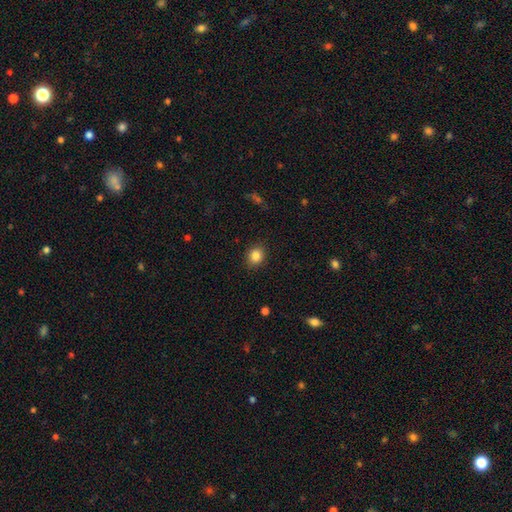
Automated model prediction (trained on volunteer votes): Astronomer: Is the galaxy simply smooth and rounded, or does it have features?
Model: smooth — 85%.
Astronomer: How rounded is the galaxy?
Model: round — 71%.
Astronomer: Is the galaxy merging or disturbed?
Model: none — 88%.